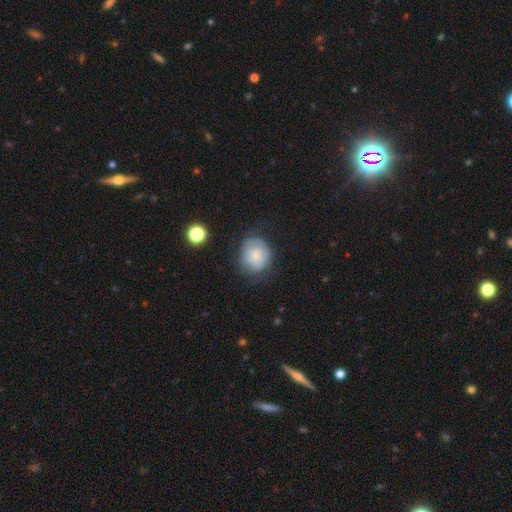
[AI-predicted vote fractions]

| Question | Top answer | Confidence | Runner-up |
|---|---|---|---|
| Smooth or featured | smooth | 70% | featured or disk (21%) |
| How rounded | round | 74% | in between (25%) |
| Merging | none | 61% | minor disturbance (26%) |